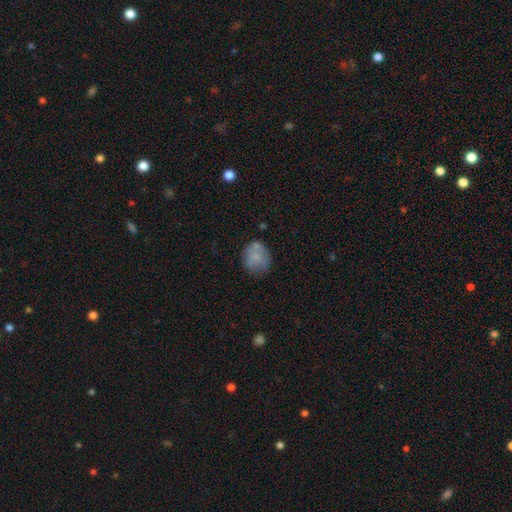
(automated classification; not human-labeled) Morphology: type=smooth (67%); roundness=round (71%); merging=none (62%).